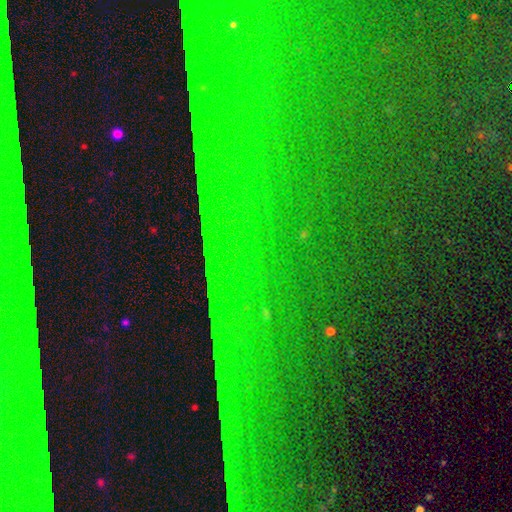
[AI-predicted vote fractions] Smooth or featured? star or artifact (86%)